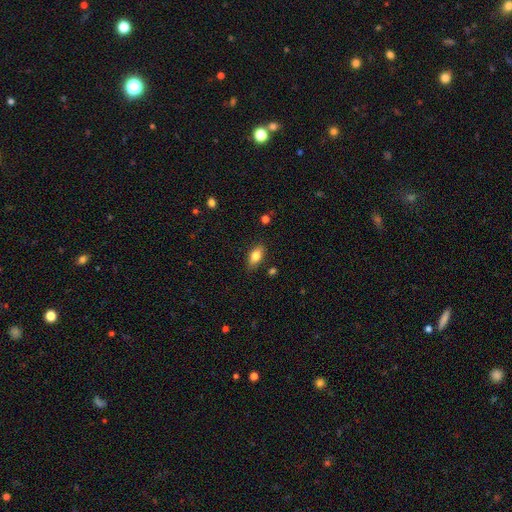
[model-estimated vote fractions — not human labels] smooth_or_featured: smooth (p=0.76) [alt: featured or disk p=0.16]
how_rounded: in between (p=0.86) [alt: cigar-shaped p=0.09]
merging: none (p=0.84) [alt: minor disturbance p=0.12]